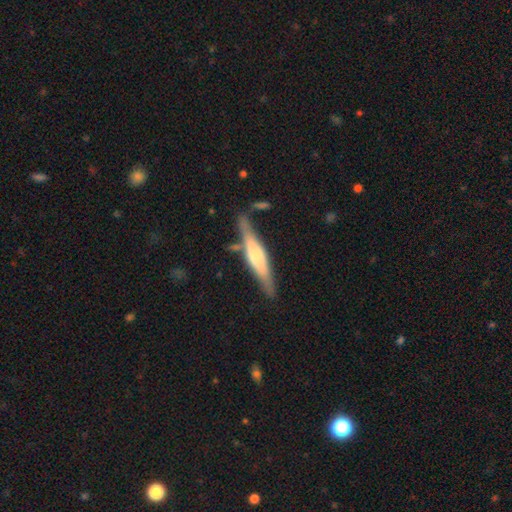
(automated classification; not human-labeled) Smooth or featured: featured or disk — 60% (smooth — 34%)
Edge-on disk: yes — 94% (no — 6%)
Edge-on bulge: rounded — 55% (boxy — 33%)
Merging: none — 75% (minor disturbance — 16%)